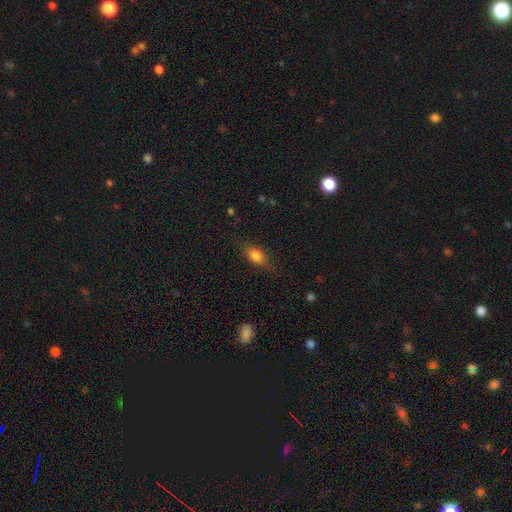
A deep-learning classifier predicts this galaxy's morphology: Smooth or featured: smooth — 76% (featured or disk — 15%)
How rounded: in between — 76% (round — 12%)
Merging: none — 76% (minor disturbance — 18%)